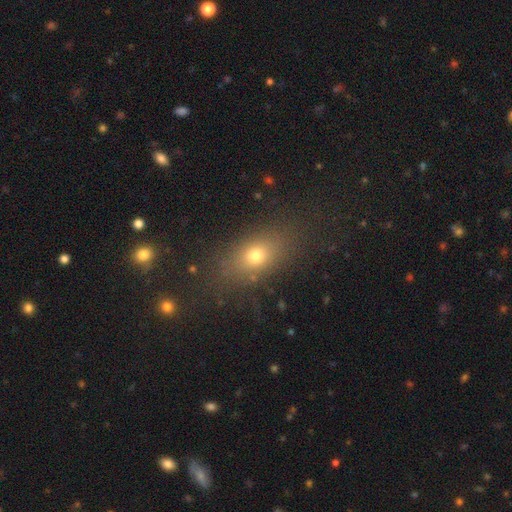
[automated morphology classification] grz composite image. It shows a smooth galaxy with no disk features (71%) that is in between round and cigar-shaped (70%). Merging: none (80%).